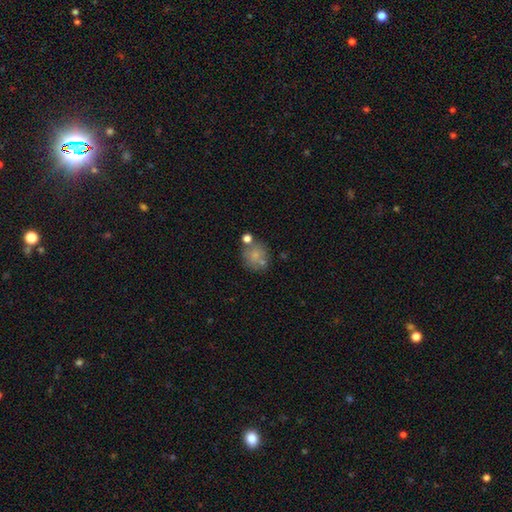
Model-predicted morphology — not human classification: Smooth or featured?
  - smooth: 71% *
  - featured or disk: 18%
  - star or artifact: 12%
How rounded?
  - round: 80% *
  - in between: 19%
  - cigar-shaped: 1%
Merging?
  - none: 59% *
  - merger: 20%
  - minor disturbance: 15%
  - major disturbance: 6%